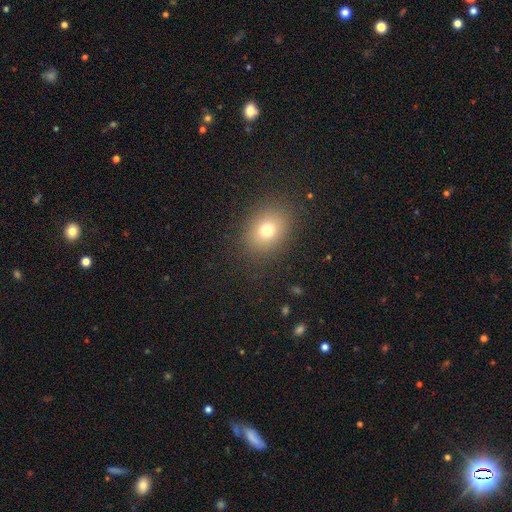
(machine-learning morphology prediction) Smooth or featured? smooth (71%)
How rounded? round (52%)
Merging? none (90%)